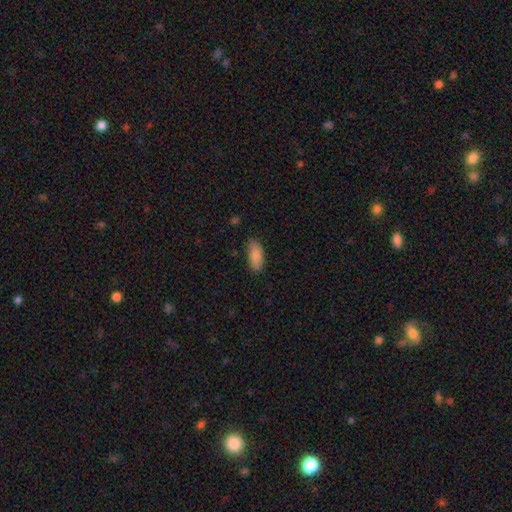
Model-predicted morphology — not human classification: Smooth or featured? Predicted: smooth (p=0.88). How rounded? Predicted: in between (p=0.85). Merging? Predicted: none (p=0.81).